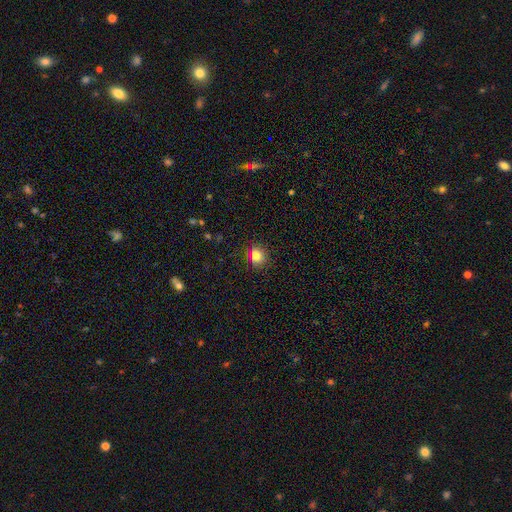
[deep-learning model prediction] smooth_or_featured: smooth (p=0.82) [alt: star or artifact p=0.13]
how_rounded: round (p=0.79) [alt: in between p=0.20]
merging: none (p=0.87) [alt: minor disturbance p=0.09]